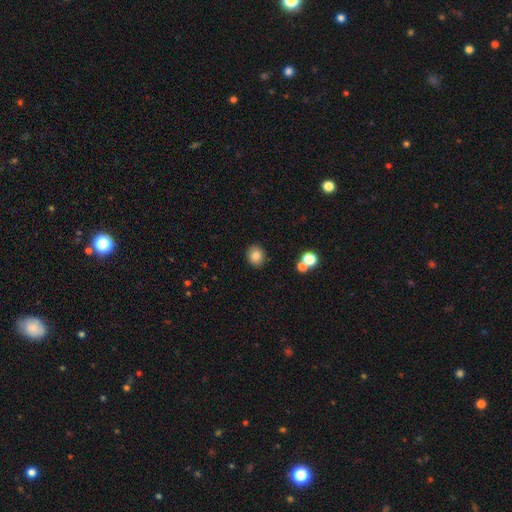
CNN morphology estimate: This appears to be a smooth galaxy with no disk features (83%) that is round (75%). Merging: none (87%).